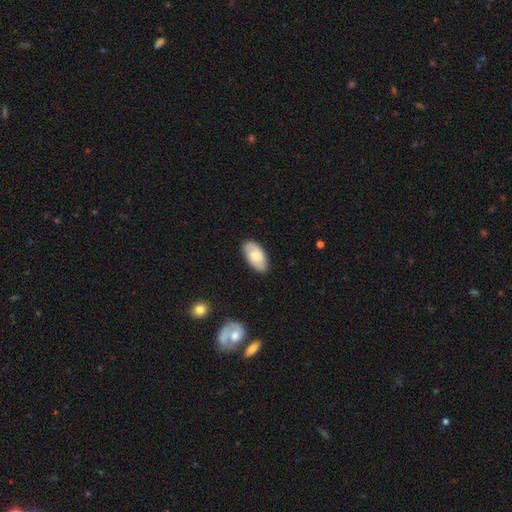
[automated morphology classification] Smooth or featured? smooth (66%)
How rounded? in between (94%)
Merging? none (82%)